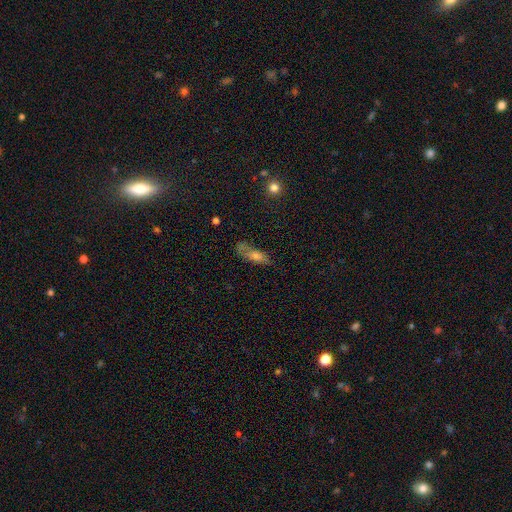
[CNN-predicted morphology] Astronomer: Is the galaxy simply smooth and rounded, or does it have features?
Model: smooth — 58%.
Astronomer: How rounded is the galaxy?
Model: in between — 53% (runner-up: cigar-shaped, 43%).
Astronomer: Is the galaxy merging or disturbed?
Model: none — 49% (runner-up: minor disturbance, 26%).